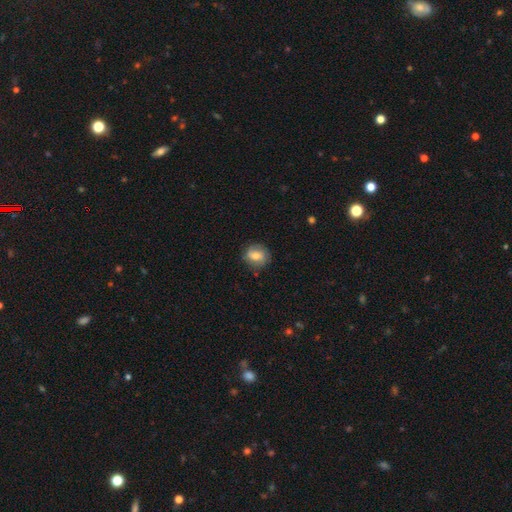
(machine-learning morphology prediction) smooth 61%, featured or disk 30%, star or artifact 9%. Down the decision tree: how rounded — round (78%); merging — none (78%).